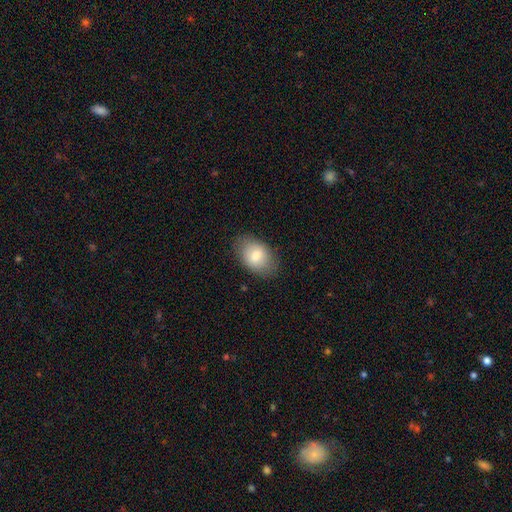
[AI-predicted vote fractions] This appears to be a smooth galaxy with no disk features (80%) that is in between round and cigar-shaped (87%). Merging: none (82%).